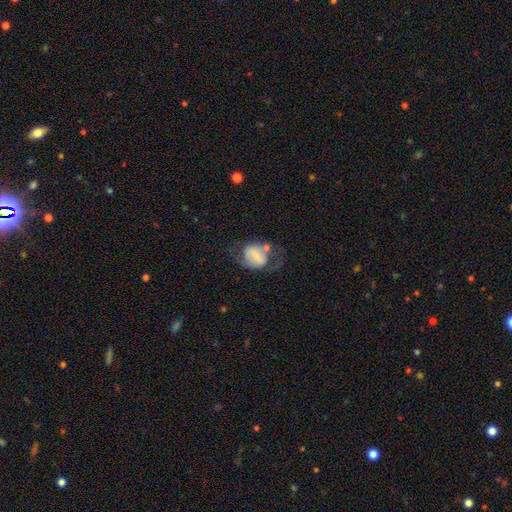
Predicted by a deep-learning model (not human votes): Overall: smooth (50%; featured or disk 42%). Merging: none (40%; major disturbance 25%).